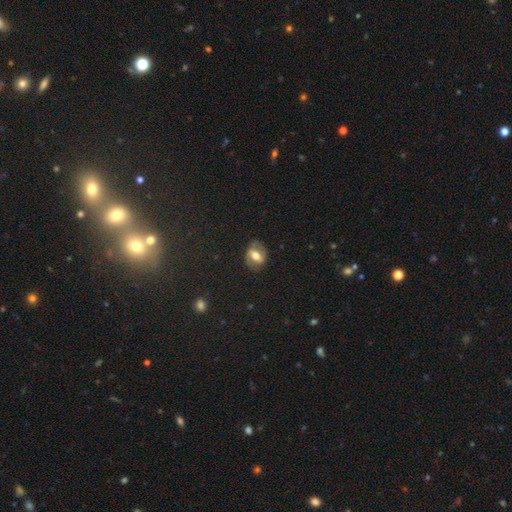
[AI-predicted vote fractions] Smooth or featured? Predicted: smooth (p=0.49). Merging? Predicted: none (p=0.75).